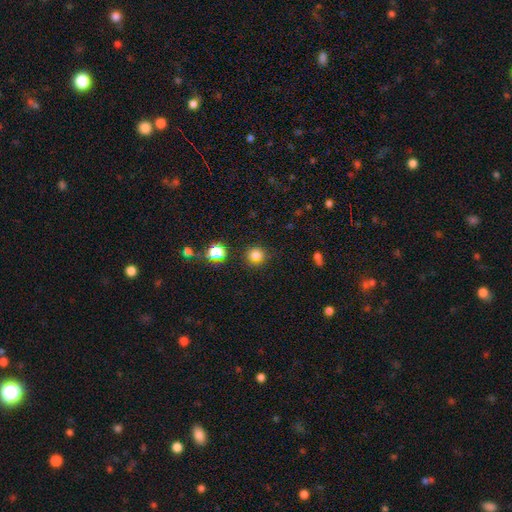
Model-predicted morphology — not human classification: smooth-or-featured: smooth: 80% | star or artifact: 15% | featured or disk: 5%
  how-rounded: round: 88% | in between: 11% | cigar-shaped: 1%
  merging: none: 84% | minor disturbance: 10% | merger: 3% | major disturbance: 3%